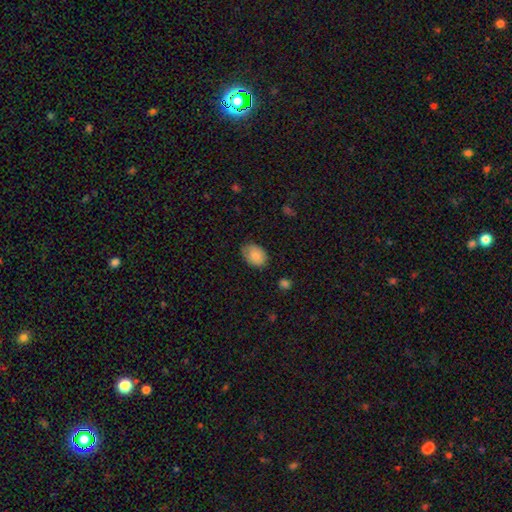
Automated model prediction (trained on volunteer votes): Smooth or featured: smooth — 85% (featured or disk — 8%)
How rounded: in between — 77% (round — 22%)
Merging: none — 74% (minor disturbance — 20%)